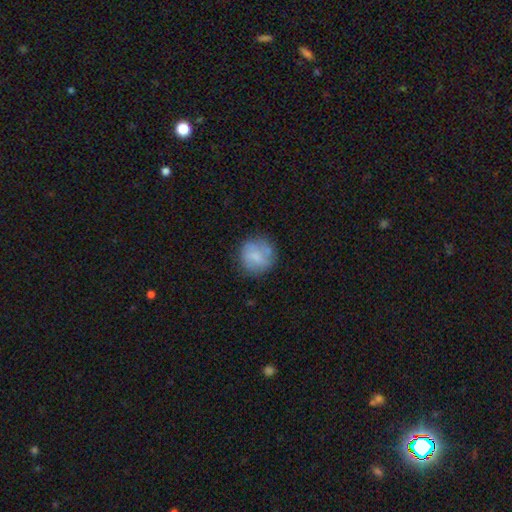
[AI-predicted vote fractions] The model was most divided on "smooth or featured": smooth: 66%, featured or disk: 27%, star or artifact: 7%. More confident: how rounded — round (90%); merging — none (67%).